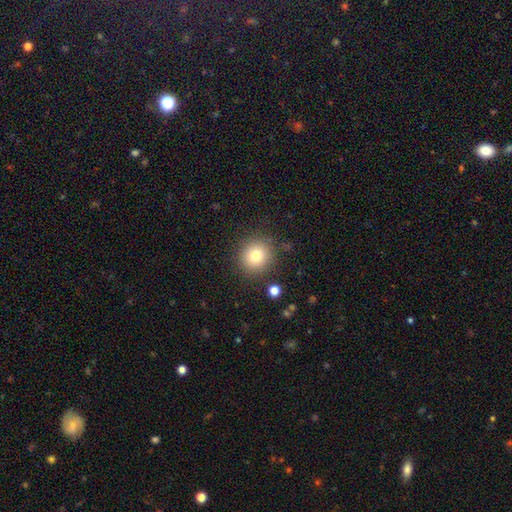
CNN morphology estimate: type=smooth (77%); roundness=round (93%); merging=none (87%).